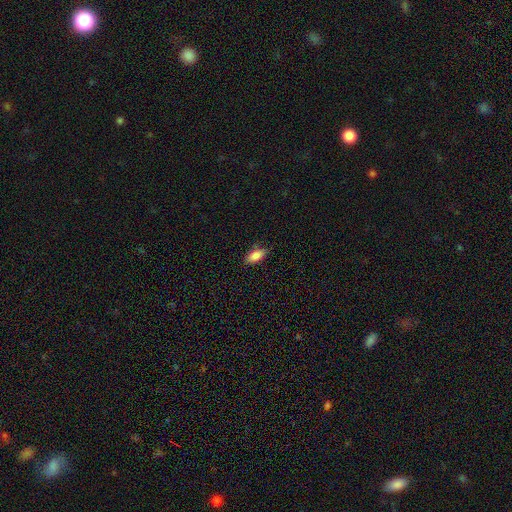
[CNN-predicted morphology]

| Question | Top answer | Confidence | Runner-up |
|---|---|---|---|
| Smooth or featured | smooth | 83% | featured or disk (9%) |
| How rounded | in between | 85% | cigar-shaped (12%) |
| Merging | none | 77% | minor disturbance (18%) |